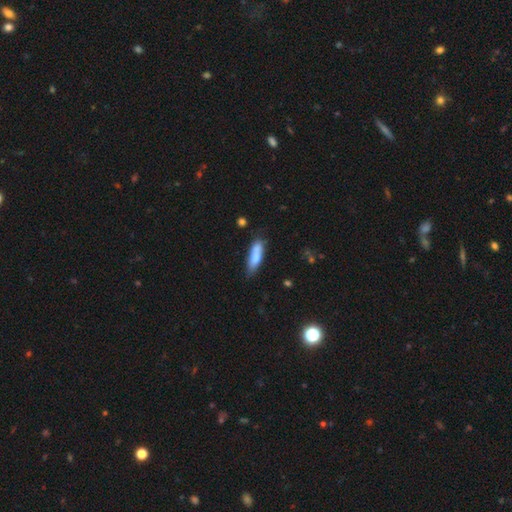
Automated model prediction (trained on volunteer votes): Morphology: type=smooth (75%); roundness=cigar-shaped (58%); merging=none (60%).